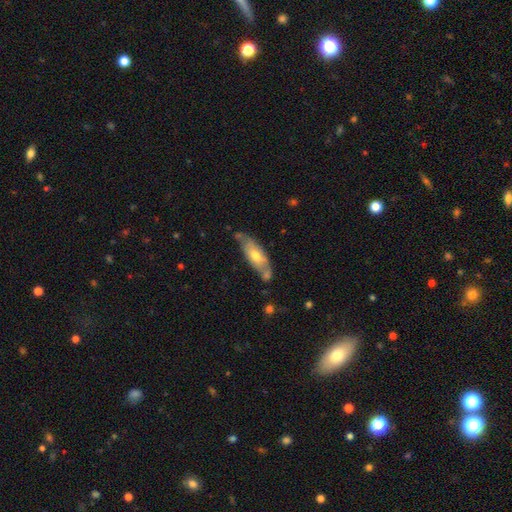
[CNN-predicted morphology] Overall: smooth (53%; featured or disk 41%). How rounded: in between (66%; cigar-shaped 31%). Merging: none (54%; minor disturbance 25%).